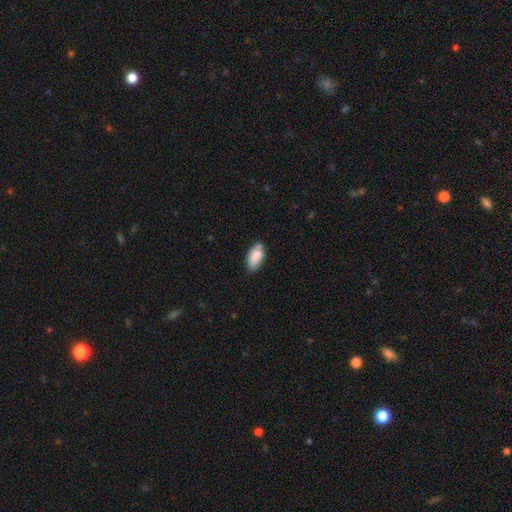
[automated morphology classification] smooth-or-featured: smooth: 83% | featured or disk: 11% | star or artifact: 7%
  how-rounded: in between: 92% | cigar-shaped: 6% | round: 3%
  merging: none: 64% | minor disturbance: 27% | merger: 5% | major disturbance: 5%